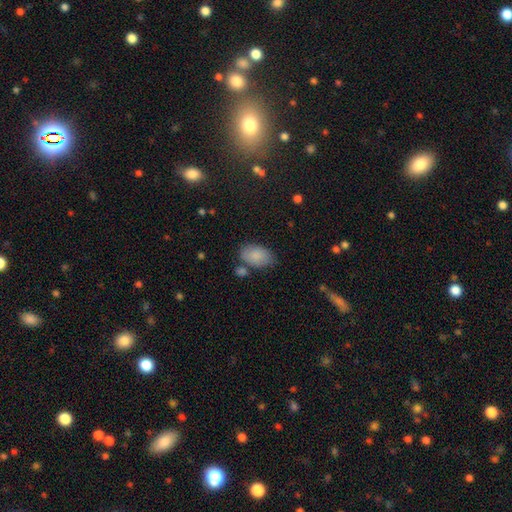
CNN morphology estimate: Smooth or featured?
  - smooth: 86% *
  - featured or disk: 7%
  - star or artifact: 7%
How rounded?
  - in between: 92% *
  - round: 6%
  - cigar-shaped: 1%
Merging?
  - none: 67% *
  - minor disturbance: 18%
  - merger: 9%
  - major disturbance: 5%